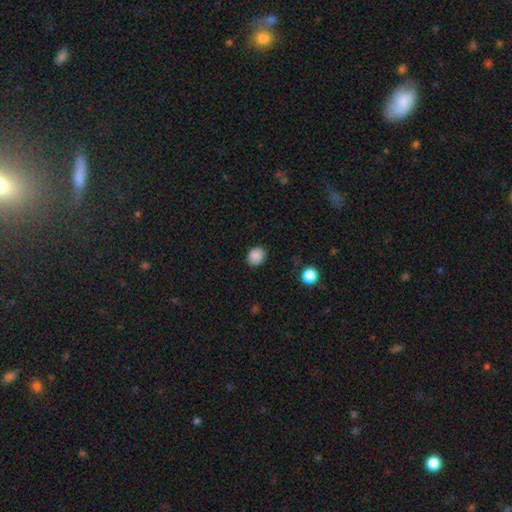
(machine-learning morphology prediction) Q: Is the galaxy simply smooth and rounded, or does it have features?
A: smooth — 87%.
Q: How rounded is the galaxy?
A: round — 74%.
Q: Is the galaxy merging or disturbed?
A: none — 87%.